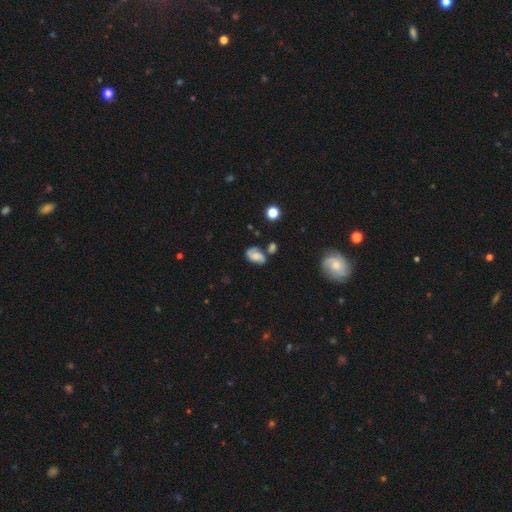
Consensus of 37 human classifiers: featured or disk 76%, smooth 19%, star or artifact 5%. Down the decision tree: edge-on disk — no (96%); bar — no (74%); spiral arms — yes (100%); spiral arm count — 2 (89%); spiral winding — medium (52%); bulge size — none (44%); merging — none (60%).